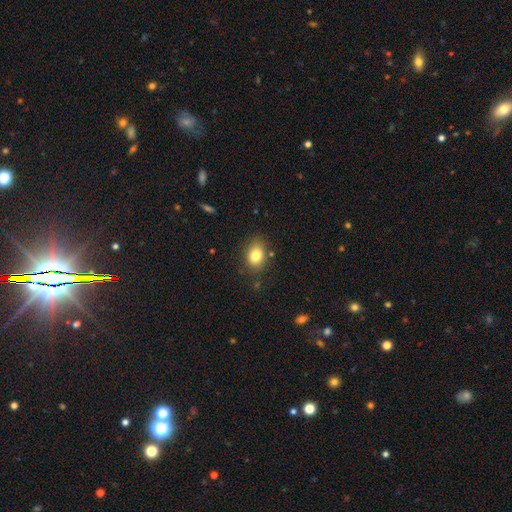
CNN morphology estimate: type=smooth (82%); roundness=in between (66%); merging=none (79%).